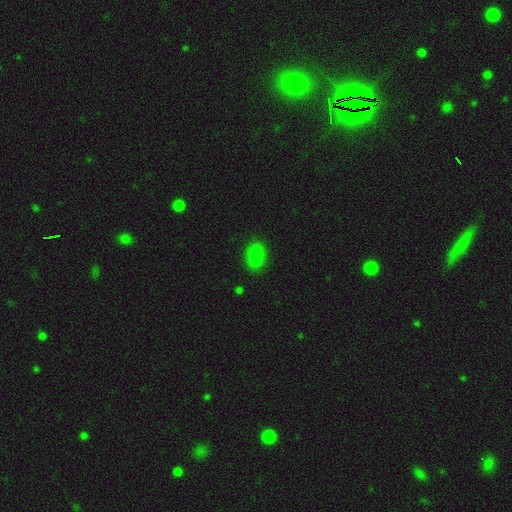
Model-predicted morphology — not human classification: Smooth or featured? smooth (83%)
How rounded? in between (82%)
Merging? none (84%)